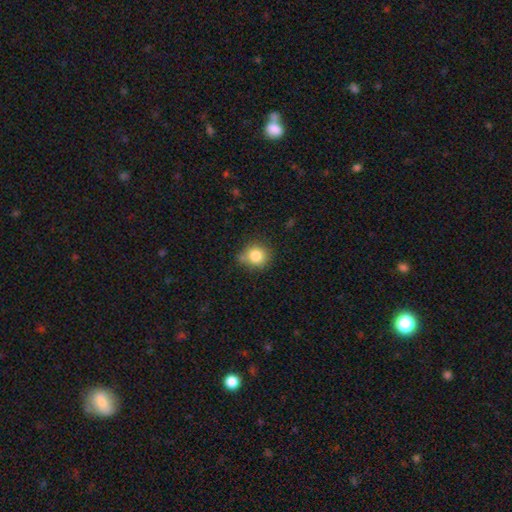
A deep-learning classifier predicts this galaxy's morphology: The model was most divided on "merging": none: 70%, minor disturbance: 19%, merger: 7%, major disturbance: 4%. More confident: how rounded — round (85%); smooth or featured — smooth (82%).